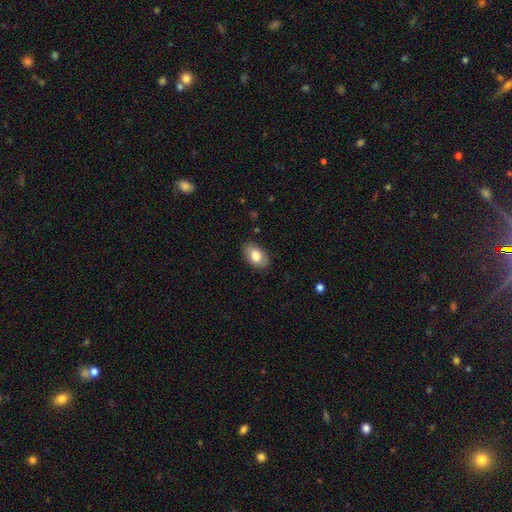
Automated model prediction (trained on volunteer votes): Smooth or featured?
  - smooth: 80% *
  - featured or disk: 13%
  - star or artifact: 7%
How rounded?
  - in between: 91% *
  - round: 7%
  - cigar-shaped: 1%
Merging?
  - none: 86% *
  - minor disturbance: 11%
  - major disturbance: 2%
  - merger: 1%